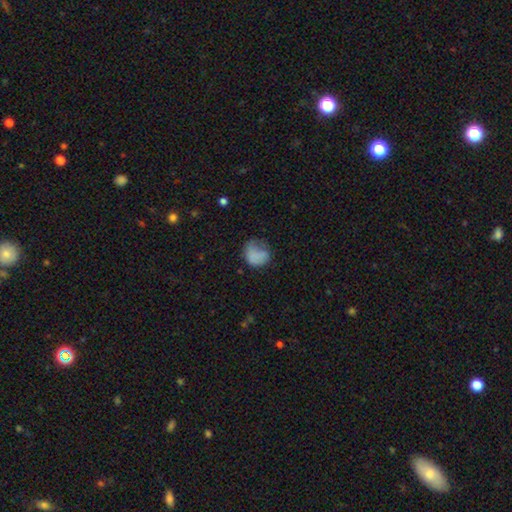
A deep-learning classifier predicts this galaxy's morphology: smooth 77%, featured or disk 13%, star or artifact 10%. Down the decision tree: how rounded — round (63%); merging — none (39%).